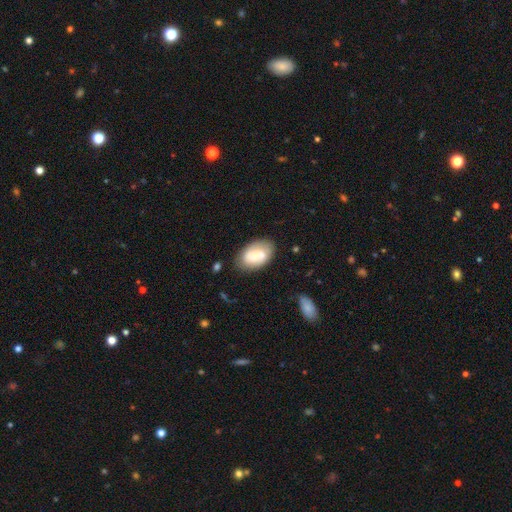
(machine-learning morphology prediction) type=smooth (57%); roundness=in between (90%); merging=none (70%).